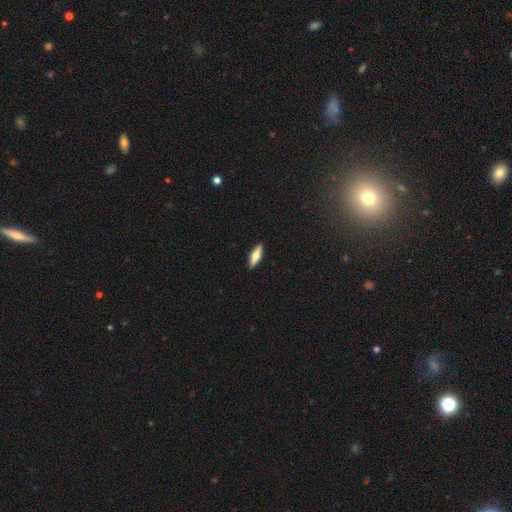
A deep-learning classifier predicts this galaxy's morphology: This appears to be a smooth galaxy with no disk features (63%) that is cigar-shaped (50%). Merging: none (90%).